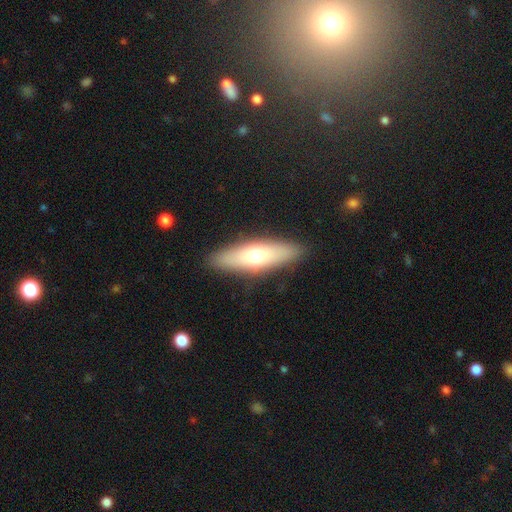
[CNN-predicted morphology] This appears to be a smooth galaxy with no disk features (61%) that is cigar-shaped (57%). Merging: none (89%).